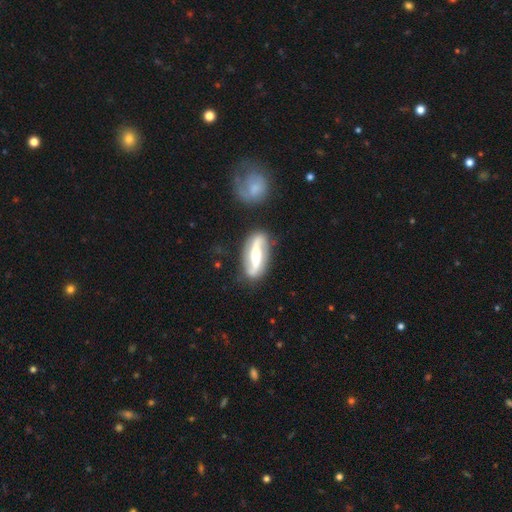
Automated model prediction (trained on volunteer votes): This is likely a featured or disk galaxy (79%). It is clearly not viewed edge-on (85%). Bar: possibly strong (57%). Spiral arm pattern: clearly yes (91%). Spiral arm count: clearly 2 (92%). Spiral winding: possibly loose (59%). Central bulge: possibly moderate (57%). Merging: likely none (79%).